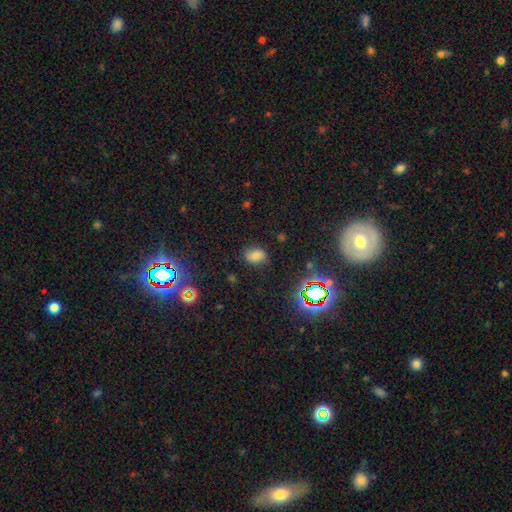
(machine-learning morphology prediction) Smooth or featured: smooth — 72% (star or artifact — 20%)
How rounded: in between — 70% (round — 29%)
Merging: none — 80% (minor disturbance — 14%)